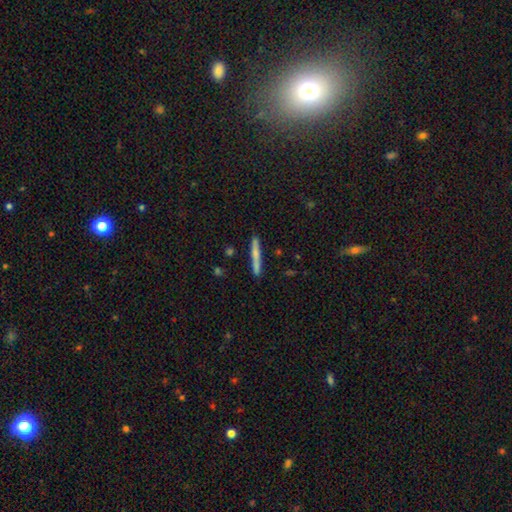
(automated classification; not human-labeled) Smooth or featured? Predicted: smooth (p=0.59). How rounded? Predicted: cigar-shaped (p=0.95). Merging? Predicted: none (p=0.87).